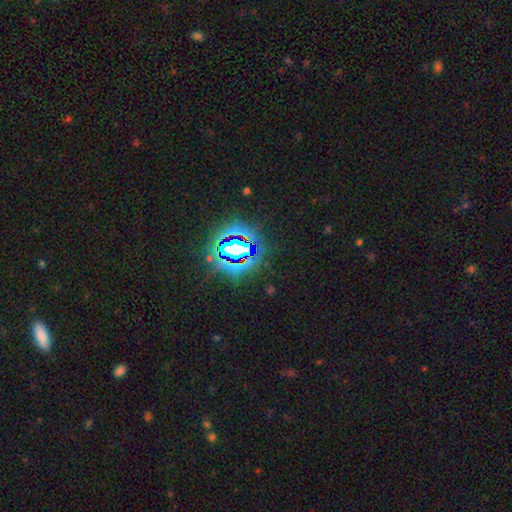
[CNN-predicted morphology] smooth-or-featured: star or artifact: 82% | smooth: 11% | featured or disk: 7%